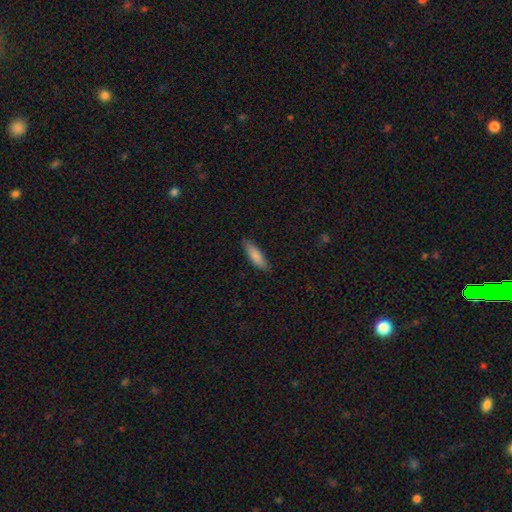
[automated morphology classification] This appears to be a smooth galaxy with no disk features (86%) that is cigar-shaped (50%). Merging: none (84%).